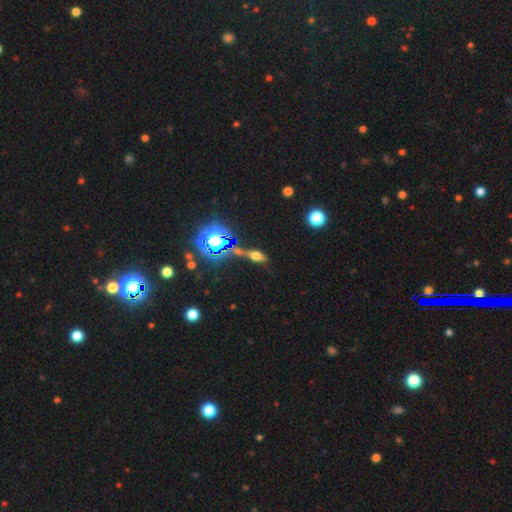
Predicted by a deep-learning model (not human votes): Smooth or featured: smooth — 47% (star or artifact — 31%)
Merging: none — 57% (minor disturbance — 18%)